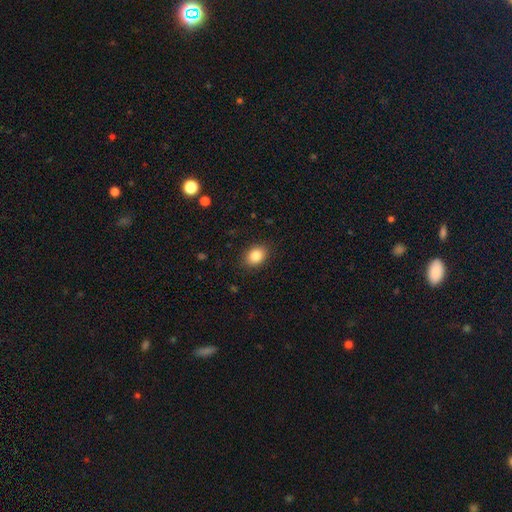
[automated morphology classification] smooth 85%, star or artifact 9%, featured or disk 6%. Down the decision tree: how rounded — in between (63%); merging — none (88%).